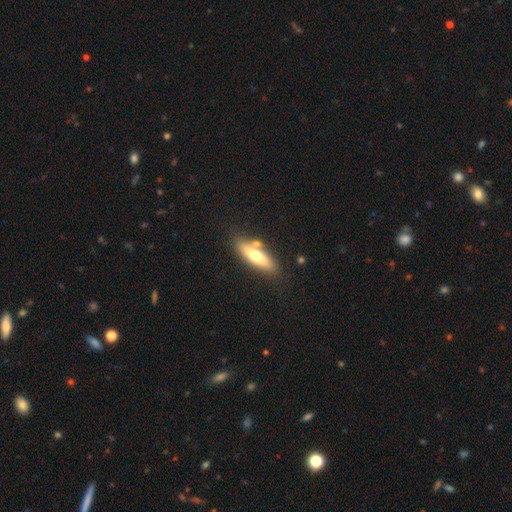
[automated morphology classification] Smooth or featured?
  - smooth: 59% *
  - featured or disk: 35%
  - star or artifact: 6%
How rounded?
  - cigar-shaped: 54% *
  - in between: 43%
  - round: 2%
Merging?
  - none: 71% *
  - minor disturbance: 13%
  - merger: 12%
  - major disturbance: 3%